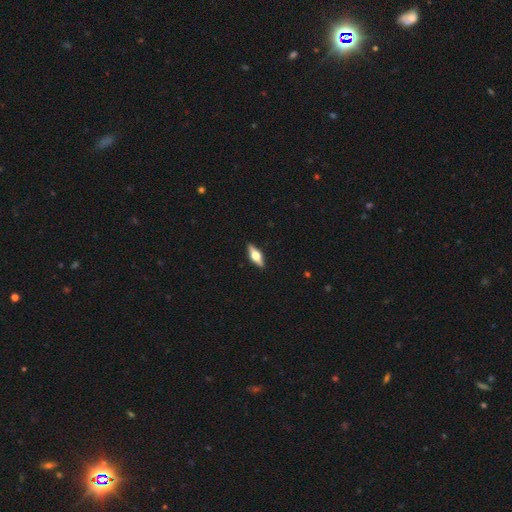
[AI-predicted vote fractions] The model was most divided on "smooth or featured": featured or disk: 60%, smooth: 34%, star or artifact: 6%. More confident: edge-on disk — yes (95%); edge-on bulge — rounded (94%); merging — none (90%).